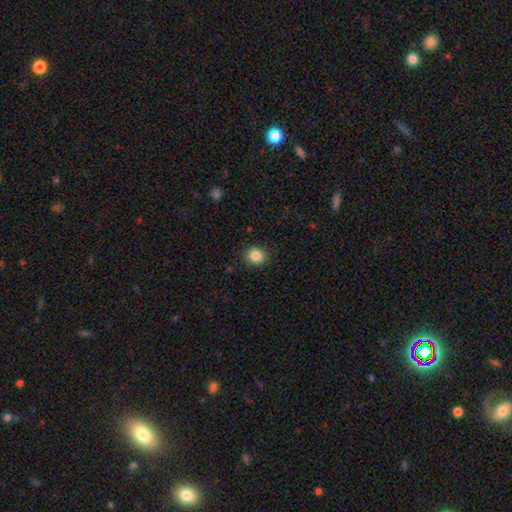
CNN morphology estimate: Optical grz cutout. It shows a smooth galaxy with no disk features (86%) that is round (75%). Merging: none (90%).